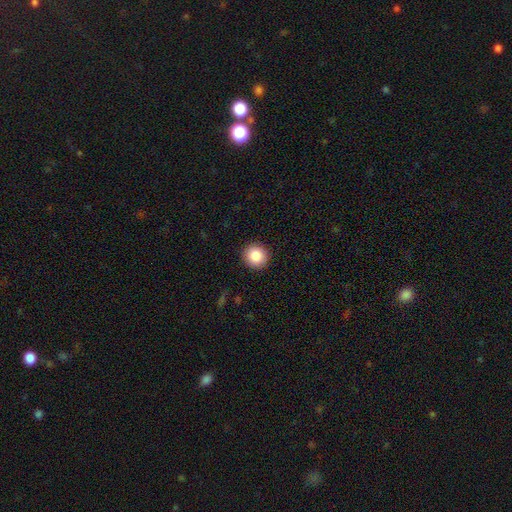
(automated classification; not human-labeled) Overall: smooth (87%). How rounded: round (92%). Merging: none (92%).